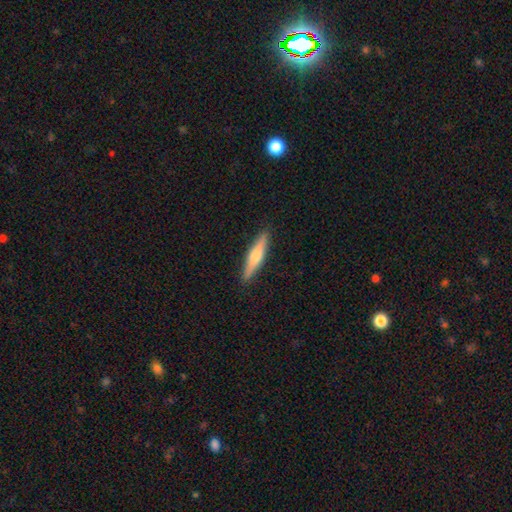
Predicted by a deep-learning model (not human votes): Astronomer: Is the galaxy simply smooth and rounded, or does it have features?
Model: smooth — 48% (runner-up: featured or disk, 46%).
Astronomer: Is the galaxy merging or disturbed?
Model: none — 90%.